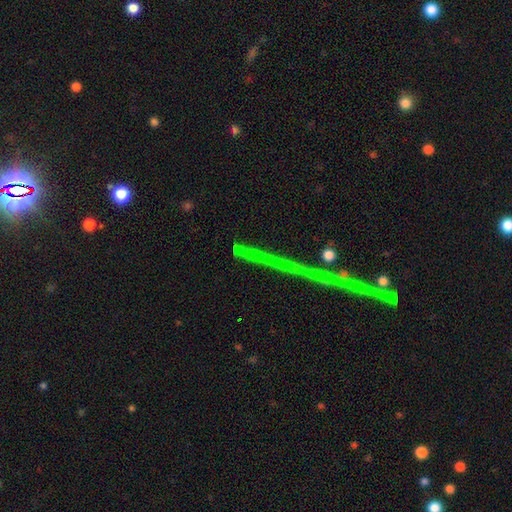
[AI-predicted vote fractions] smooth_or_featured: star or artifact (p=0.73) [alt: featured or disk p=0.16]